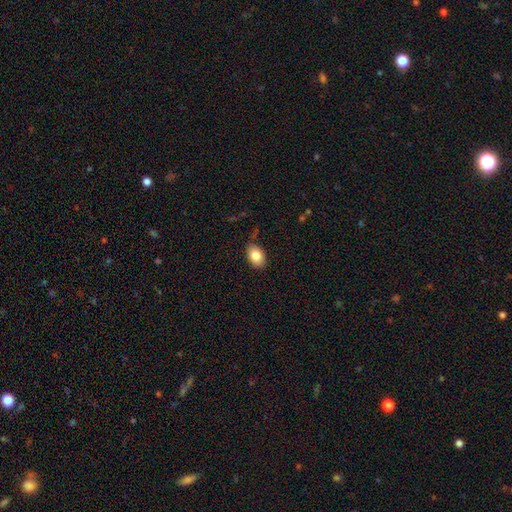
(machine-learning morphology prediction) smooth-or-featured: smooth: 83% | featured or disk: 9% | star or artifact: 8%
  how-rounded: in between: 86% | round: 13% | cigar-shaped: 1%
  merging: none: 82% | minor disturbance: 13% | major disturbance: 3% | merger: 2%